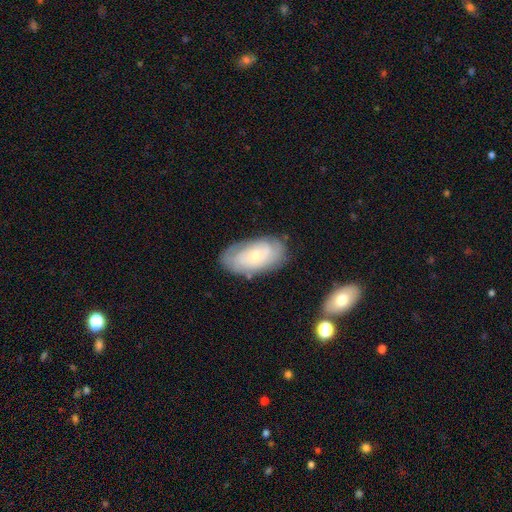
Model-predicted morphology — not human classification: Smooth or featured? Predicted: featured or disk (p=0.55). Edge-on disk? Predicted: no (p=0.92). Bar? Predicted: no (p=0.83). Spiral arms? Predicted: yes (p=0.67). Bulge size? Predicted: small (p=0.68). Merging? Predicted: none (p=0.74).